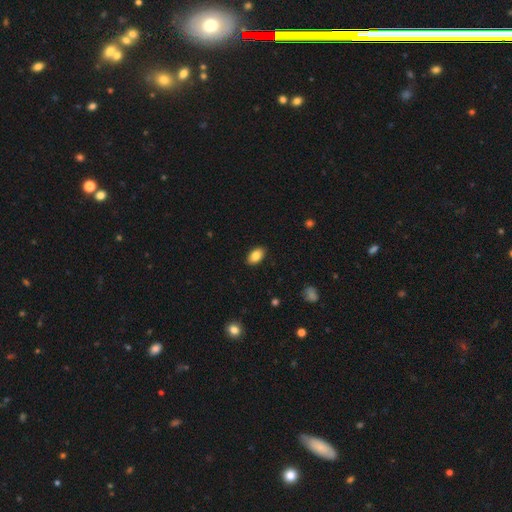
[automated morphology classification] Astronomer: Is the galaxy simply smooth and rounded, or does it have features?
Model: smooth — 85%.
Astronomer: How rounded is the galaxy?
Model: in between — 92%.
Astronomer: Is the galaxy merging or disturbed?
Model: none — 89%.